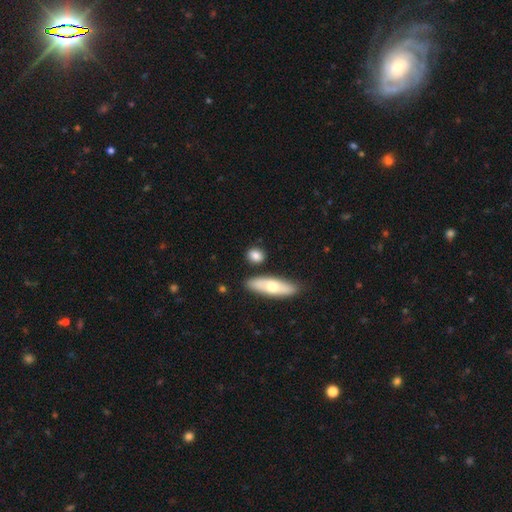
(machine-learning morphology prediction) A smooth galaxy with no disk features (80%) that is round (51%).

Vote fractions:
- Smooth or featured? smooth: 80% / featured or disk: 14% / star or artifact: 6%
- How rounded? round: 51% / in between: 38% / cigar-shaped: 12%
- Merging? none: 79% / minor disturbance: 11% / merger: 7% / major disturbance: 3%